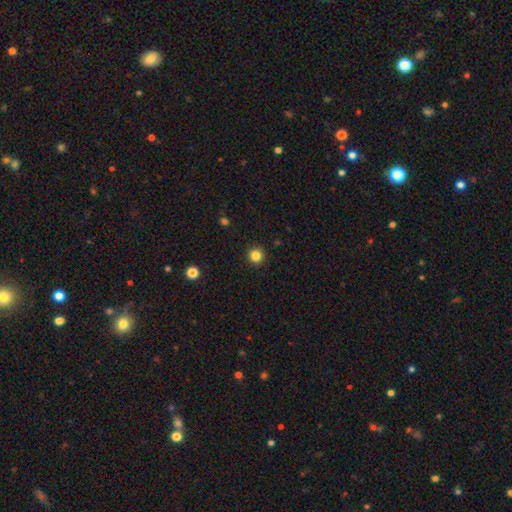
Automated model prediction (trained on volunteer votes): The model was most divided on "smooth or featured": smooth: 84%, star or artifact: 12%, featured or disk: 4%. More confident: how rounded — round (95%); merging — none (93%).